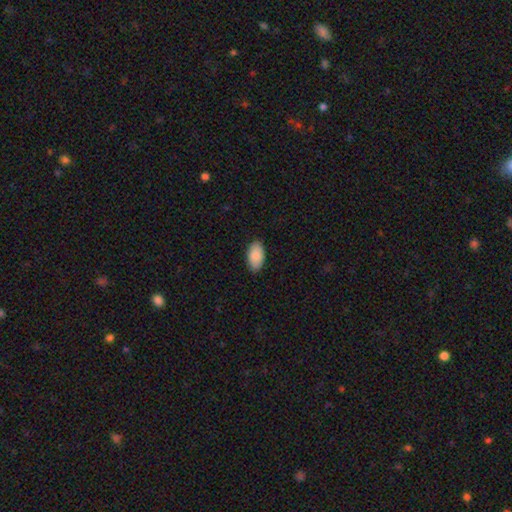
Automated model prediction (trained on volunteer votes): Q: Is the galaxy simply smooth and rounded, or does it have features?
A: smooth — 89%.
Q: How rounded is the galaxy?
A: in between — 95%.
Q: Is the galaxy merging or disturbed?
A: none — 88%.